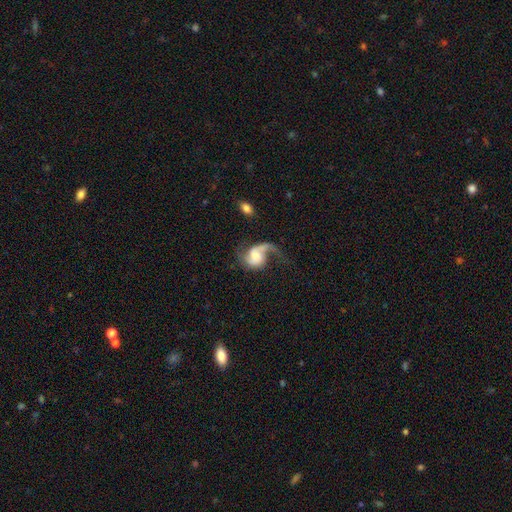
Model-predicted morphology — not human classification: smooth-or-featured: featured or disk: 78% | smooth: 16% | star or artifact: 6%
  disk-edge-on: no: 98% | yes: 2%
    bar: no: 60% | weak: 32% | strong: 8%
    has-spiral-arms: yes: 94% | no: 6%
      spiral-winding: loose: 65% | medium: 28% | tight: 7%
      spiral-arm-count: 2: 50% | 1: 45% | can't tell: 2% | 3: 1% | 4: 1% | more than 4: 1%
    bulge-size: moderate: 34% | small: 28% | large: 21% | none: 12% | dominant: 5%
  merging: major disturbance: 42% | none: 35% | minor disturbance: 18% | merger: 5%